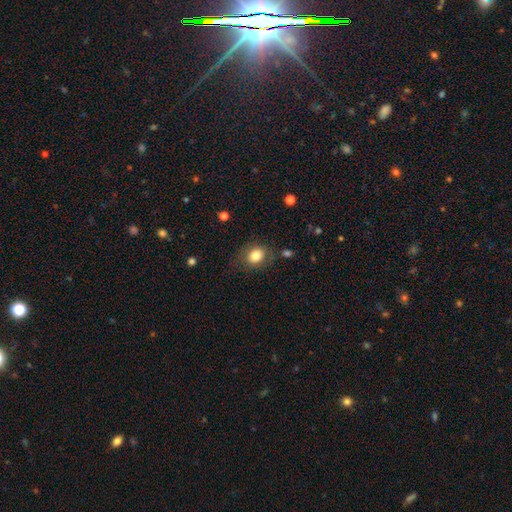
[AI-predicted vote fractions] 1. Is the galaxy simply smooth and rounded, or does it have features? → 81% smooth, 10% star or artifact, 10% featured or disk.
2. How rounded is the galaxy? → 55% round, 44% in between, 1% cigar-shaped.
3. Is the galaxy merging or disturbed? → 77% none, 15% minor disturbance, 6% major disturbance, 2% merger.